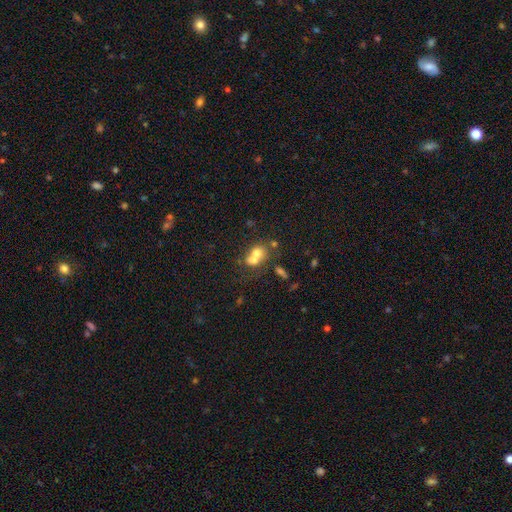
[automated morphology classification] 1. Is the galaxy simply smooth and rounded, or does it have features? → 64% smooth, 23% featured or disk, 13% star or artifact.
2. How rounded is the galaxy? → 60% round, 39% in between, 1% cigar-shaped.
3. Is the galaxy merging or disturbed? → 66% merger, 23% none, 7% minor disturbance, 4% major disturbance.